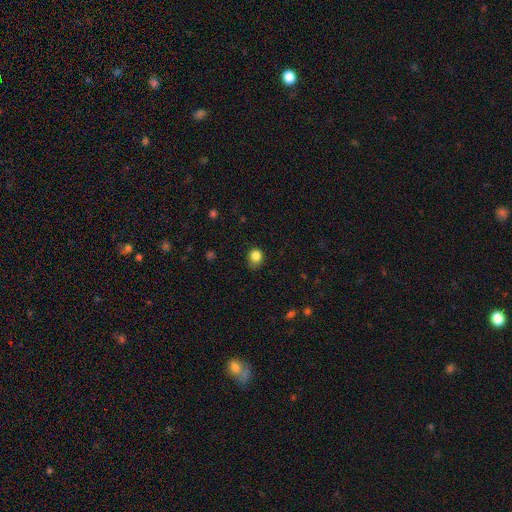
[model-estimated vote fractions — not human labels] Morphology: type=smooth (84%); roundness=round (72%); merging=none (68%).